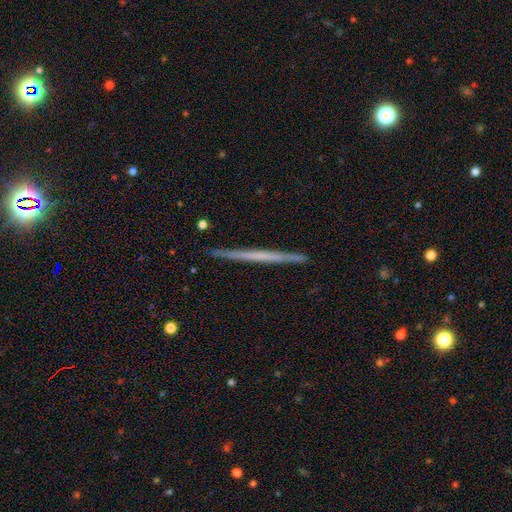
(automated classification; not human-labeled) Smooth or featured?
  - featured or disk: 59% *
  - smooth: 35%
  - star or artifact: 6%
Edge-on disk?
  - yes: 98% *
  - no: 2%
Edge-on bulge?
  - none: 89% *
  - rounded: 7%
  - boxy: 4%
Merging?
  - none: 92% *
  - minor disturbance: 6%
  - major disturbance: 1%
  - merger: 1%